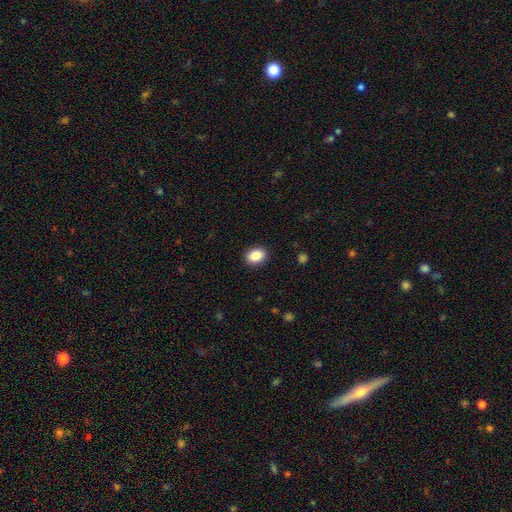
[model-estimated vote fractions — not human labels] This appears to be a smooth galaxy with no disk features (86%) that is in between round and cigar-shaped (72%). Merging: none (90%).